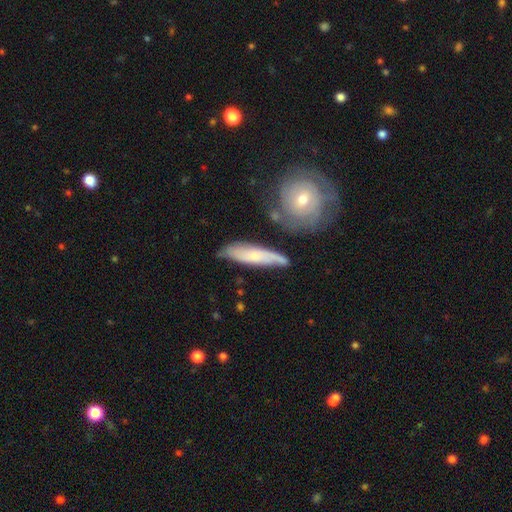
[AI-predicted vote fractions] Smooth or featured: smooth — 48% (featured or disk — 45%)
Merging: none — 63% (minor disturbance — 21%)